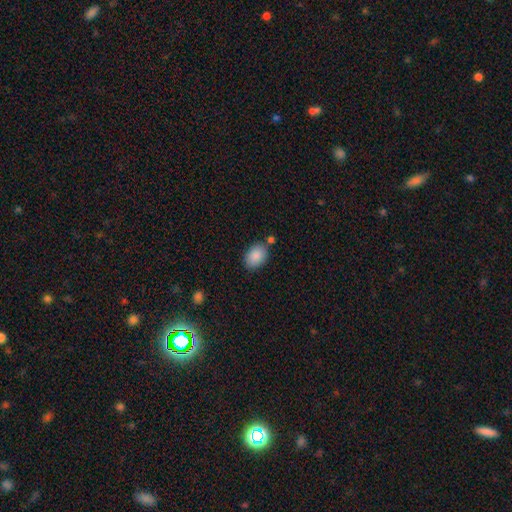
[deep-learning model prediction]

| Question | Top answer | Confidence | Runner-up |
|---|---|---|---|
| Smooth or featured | smooth | 88% | star or artifact (7%) |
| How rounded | in between | 85% | round (14%) |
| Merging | none | 77% | minor disturbance (13%) |